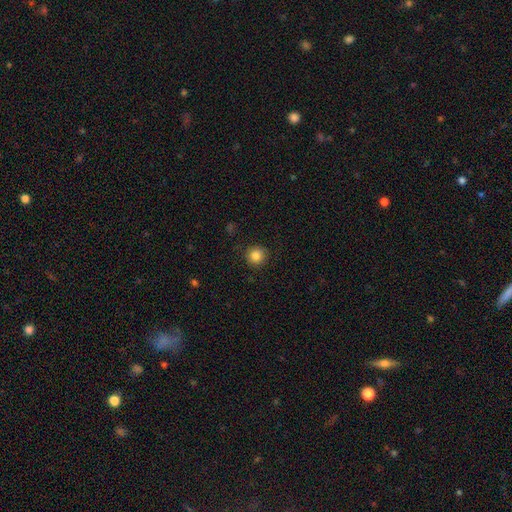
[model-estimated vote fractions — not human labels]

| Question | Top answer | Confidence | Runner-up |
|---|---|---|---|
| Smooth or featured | smooth | 84% | star or artifact (11%) |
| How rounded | round | 93% | in between (6%) |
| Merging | none | 88% | minor disturbance (8%) |